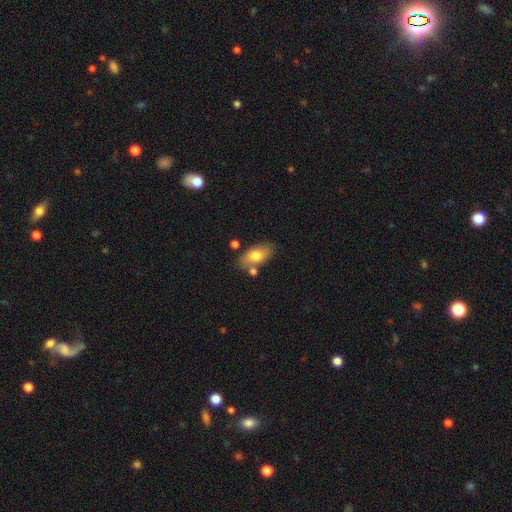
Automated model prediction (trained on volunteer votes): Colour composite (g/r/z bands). It shows a smooth galaxy with no disk features (73%) that is in between round and cigar-shaped (90%). Merging: none (72%).